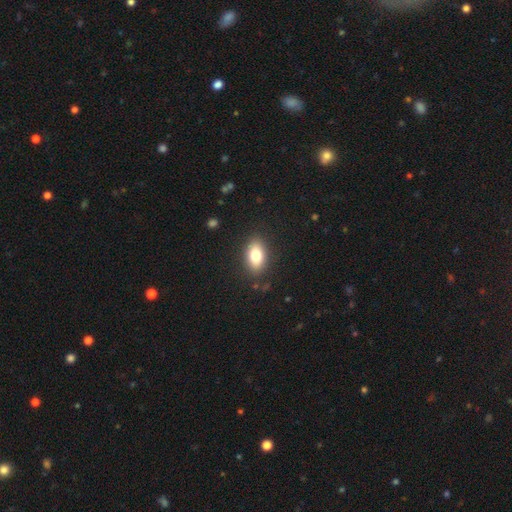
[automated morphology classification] A smooth galaxy with no disk features (79%) that is in between round and cigar-shaped (88%). Merging: none (87%).